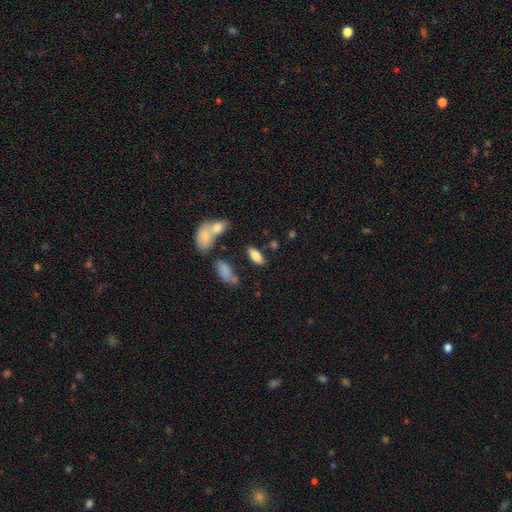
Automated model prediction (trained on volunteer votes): smooth_or_featured: smooth (p=0.81) [alt: featured or disk p=0.11]
how_rounded: in between (p=0.85) [alt: cigar-shaped p=0.12]
merging: none (p=0.71) [alt: minor disturbance p=0.13]